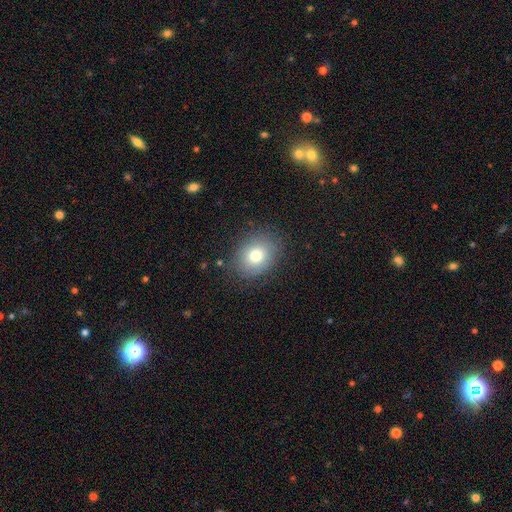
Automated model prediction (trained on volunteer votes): Morphology: type=smooth (76%); roundness=round (51%); merging=none (82%).